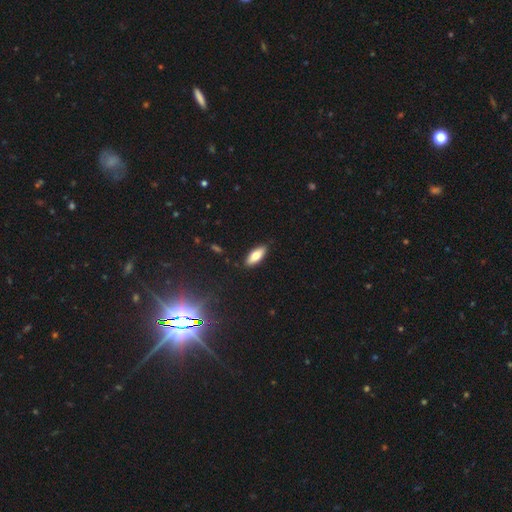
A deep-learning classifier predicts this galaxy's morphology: Smooth or featured: smooth — 72% (featured or disk — 20%)
How rounded: in between — 70% (cigar-shaped — 27%)
Merging: none — 88% (minor disturbance — 9%)